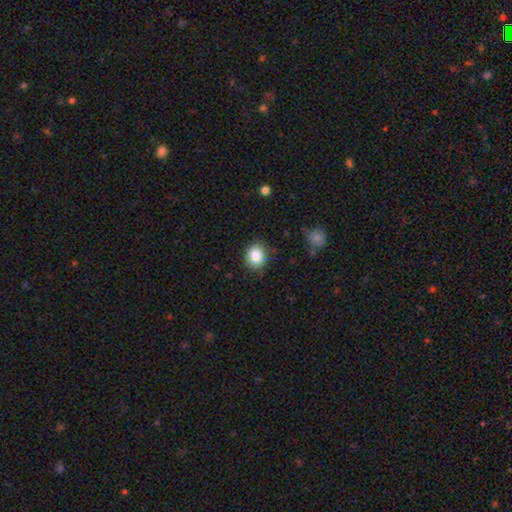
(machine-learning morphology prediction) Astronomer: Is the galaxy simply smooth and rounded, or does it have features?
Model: smooth — 85%.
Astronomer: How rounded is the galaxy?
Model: round — 55% (runner-up: in between, 44%).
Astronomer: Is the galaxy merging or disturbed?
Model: none — 83%.